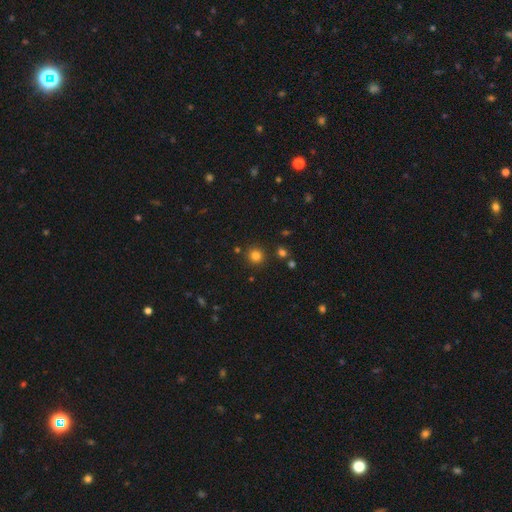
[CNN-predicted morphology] Q: Smooth or featured?
A: smooth (81%); runner-up: star or artifact (15%)
Q: How rounded?
A: round (94%); runner-up: in between (5%)
Q: Merging?
A: none (88%); runner-up: minor disturbance (6%)